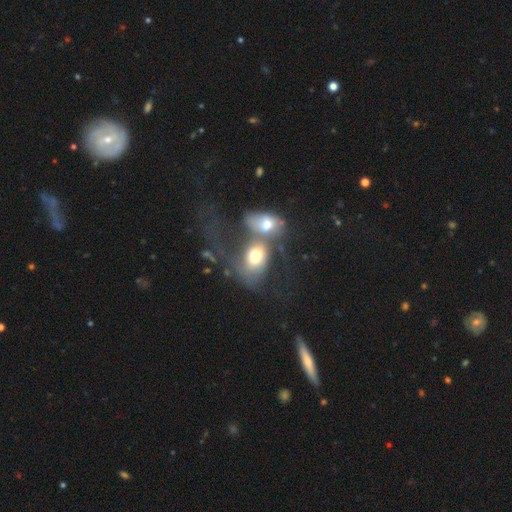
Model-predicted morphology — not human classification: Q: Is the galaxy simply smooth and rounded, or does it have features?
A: smooth — 59%.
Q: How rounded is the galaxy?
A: in between — 71%.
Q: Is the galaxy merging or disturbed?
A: merger — 67%.